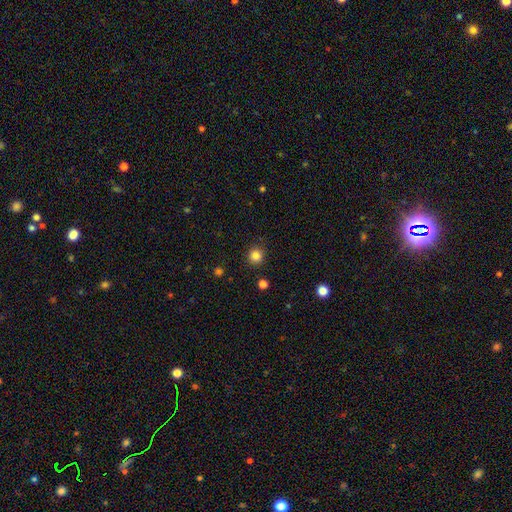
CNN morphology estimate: This is clearly a smooth galaxy (84%). How rounded: clearly round (93%). Merging: clearly none (91%).